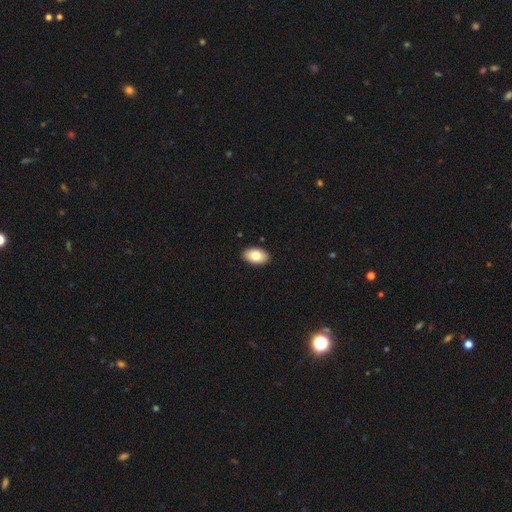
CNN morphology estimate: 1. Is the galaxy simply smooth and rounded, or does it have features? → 81% smooth, 13% featured or disk, 7% star or artifact.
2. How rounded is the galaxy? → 93% in between, 5% round, 1% cigar-shaped.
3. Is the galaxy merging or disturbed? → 90% none, 7% minor disturbance, 2% major disturbance, 1% merger.